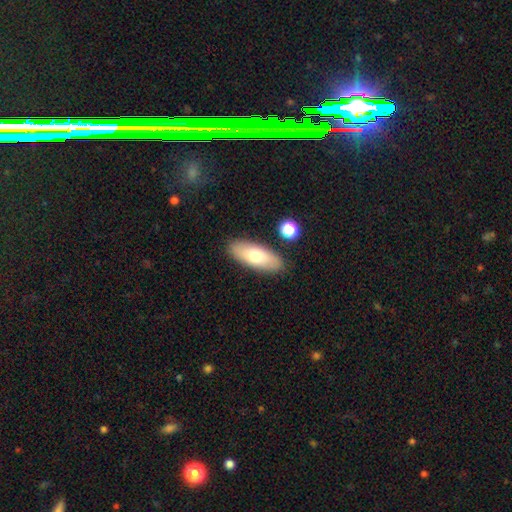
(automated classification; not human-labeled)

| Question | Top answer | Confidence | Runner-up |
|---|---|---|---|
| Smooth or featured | smooth | 73% | featured or disk (20%) |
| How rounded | in between | 76% | cigar-shaped (22%) |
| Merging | none | 85% | minor disturbance (9%) |